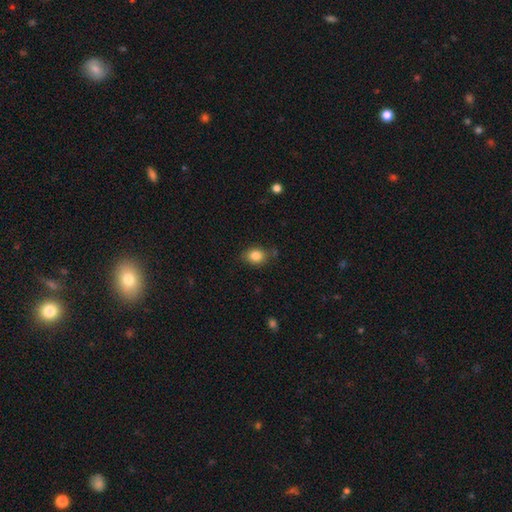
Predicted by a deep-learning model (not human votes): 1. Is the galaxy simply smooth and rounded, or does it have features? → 85% smooth, 9% star or artifact, 6% featured or disk.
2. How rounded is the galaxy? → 52% round, 47% in between, 1% cigar-shaped.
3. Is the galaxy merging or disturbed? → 79% none, 15% minor disturbance, 3% major disturbance, 3% merger.